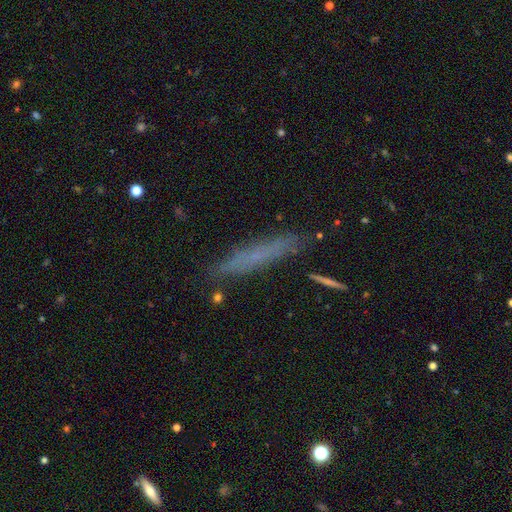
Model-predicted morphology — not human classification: Smooth or featured? Predicted: smooth (p=0.57). How rounded? Predicted: cigar-shaped (p=0.92). Merging? Predicted: none (p=0.83).